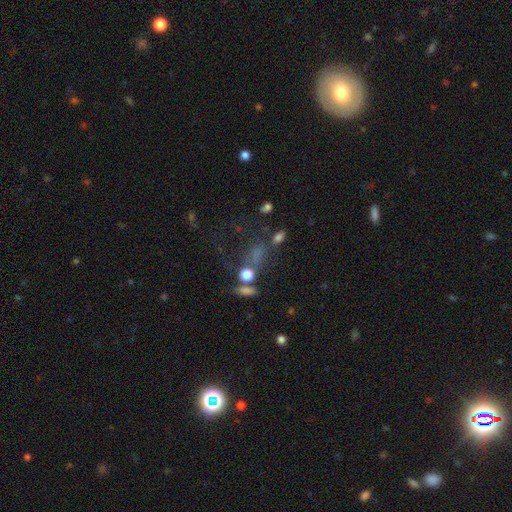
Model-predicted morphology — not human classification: Smooth or featured? Predicted: smooth (p=0.47). Merging? Predicted: none (p=0.41).